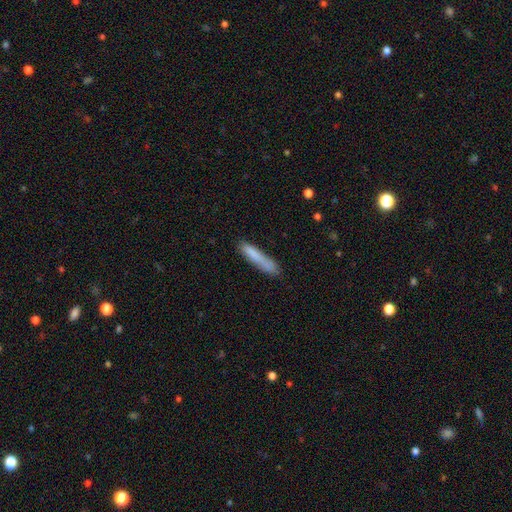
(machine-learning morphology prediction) This appears to be a smooth galaxy with no disk features (79%) that is cigar-shaped (91%). Merging: none (72%).